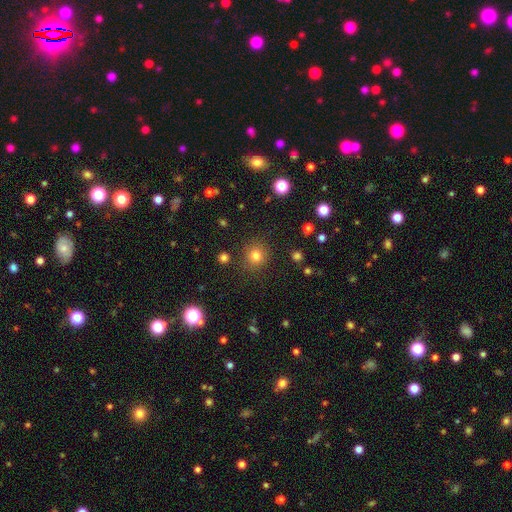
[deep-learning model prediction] The model was most divided on "smooth or featured": smooth: 79%, star or artifact: 15%, featured or disk: 6%. More confident: how rounded — round (91%); merging — none (87%).